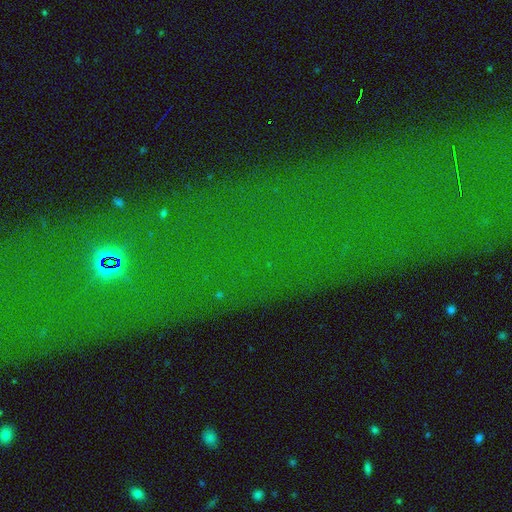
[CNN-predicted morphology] star or artifact 75%, featured or disk 13%, smooth 12%.